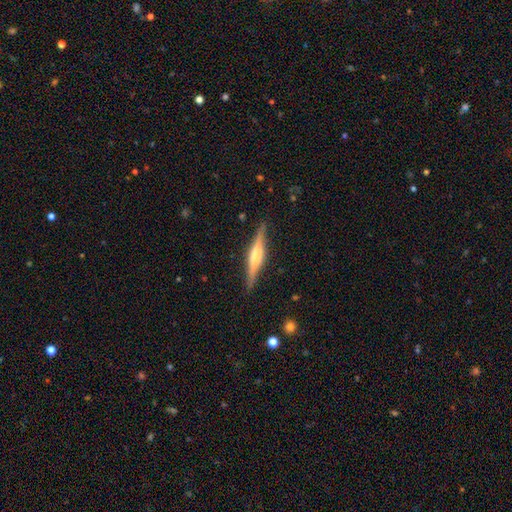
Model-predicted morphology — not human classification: smooth-or-featured: featured or disk: 70% | smooth: 24% | star or artifact: 6%
  disk-edge-on: yes: 97% | no: 3%
    edge-on-bulge: rounded: 68% | boxy: 22% | none: 9%
  merging: none: 88% | minor disturbance: 9% | major disturbance: 2% | merger: 1%